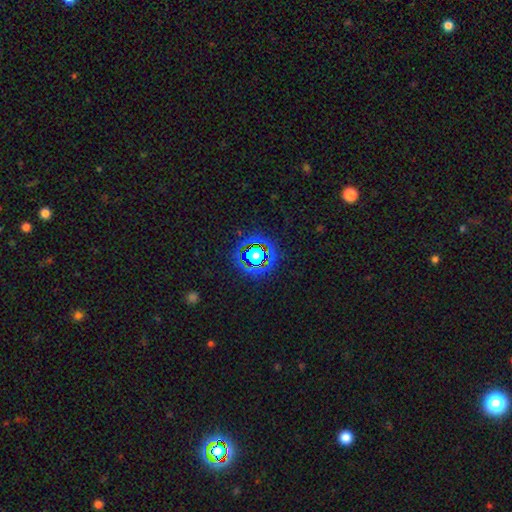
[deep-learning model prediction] Overall: star or artifact (65%).